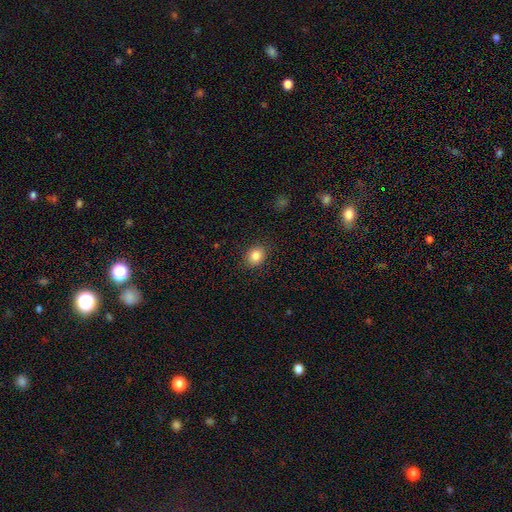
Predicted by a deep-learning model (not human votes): smooth_or_featured: smooth (p=0.84) [alt: star or artifact p=0.10]
how_rounded: round (p=0.67) [alt: in between p=0.32]
merging: none (p=0.89) [alt: minor disturbance p=0.08]